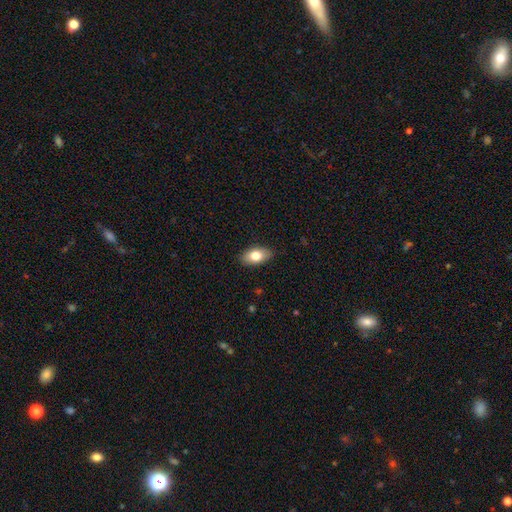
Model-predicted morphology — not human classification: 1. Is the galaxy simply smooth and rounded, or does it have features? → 78% smooth, 15% featured or disk, 7% star or artifact.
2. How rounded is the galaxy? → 91% in between, 6% round, 3% cigar-shaped.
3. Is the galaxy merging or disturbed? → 87% none, 10% minor disturbance, 2% major disturbance, 1% merger.